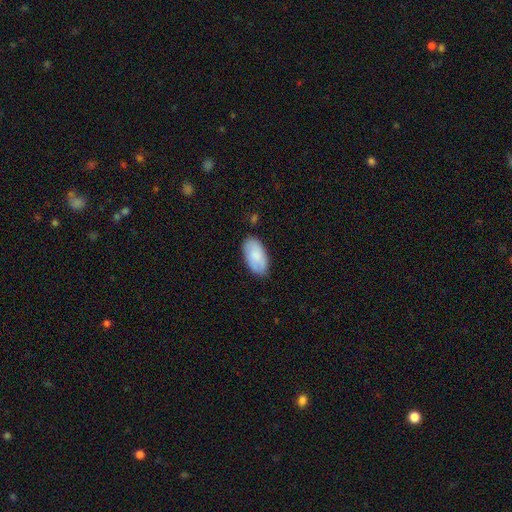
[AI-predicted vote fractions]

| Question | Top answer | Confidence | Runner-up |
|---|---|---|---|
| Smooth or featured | smooth | 83% | featured or disk (11%) |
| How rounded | in between | 95% | round (3%) |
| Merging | none | 81% | minor disturbance (15%) |